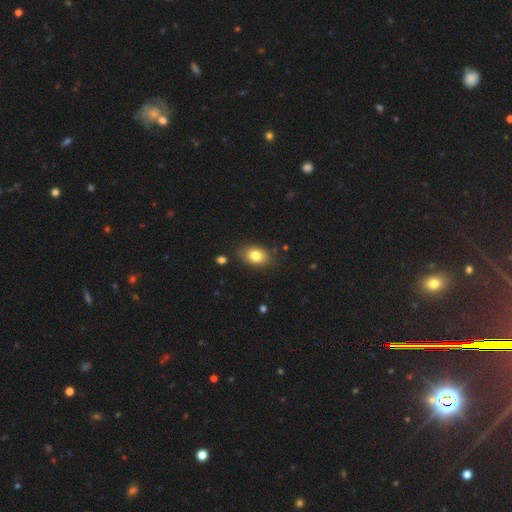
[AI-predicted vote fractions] Smooth or featured?
  - smooth: 80% *
  - featured or disk: 11%
  - star or artifact: 9%
How rounded?
  - in between: 80% *
  - round: 19%
  - cigar-shaped: 1%
Merging?
  - none: 80% *
  - minor disturbance: 15%
  - major disturbance: 3%
  - merger: 2%